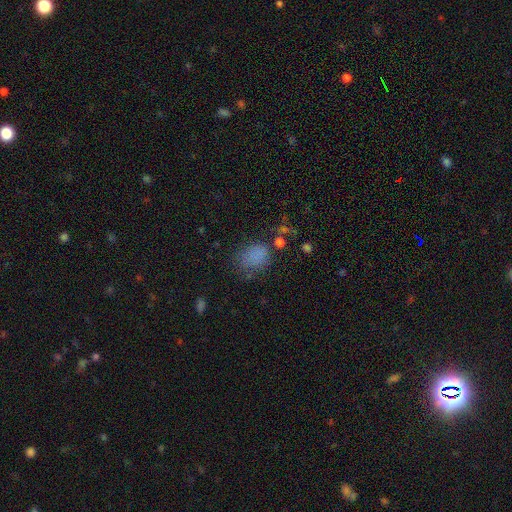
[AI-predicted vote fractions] This is likely a smooth galaxy (75%). How rounded: likely in between (69%). Merging: possibly none (55%).